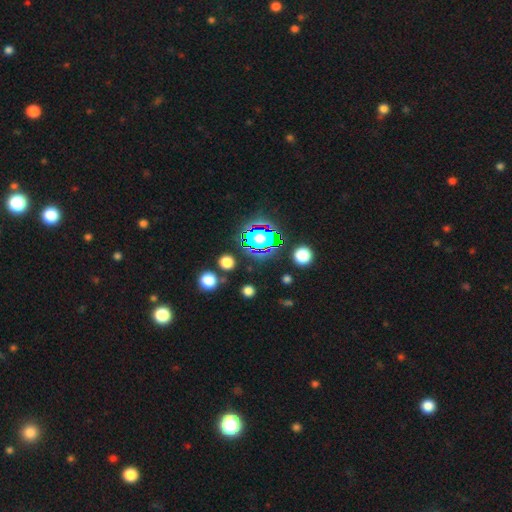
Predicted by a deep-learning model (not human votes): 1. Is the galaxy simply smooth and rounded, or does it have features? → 76% star or artifact, 15% smooth, 9% featured or disk.